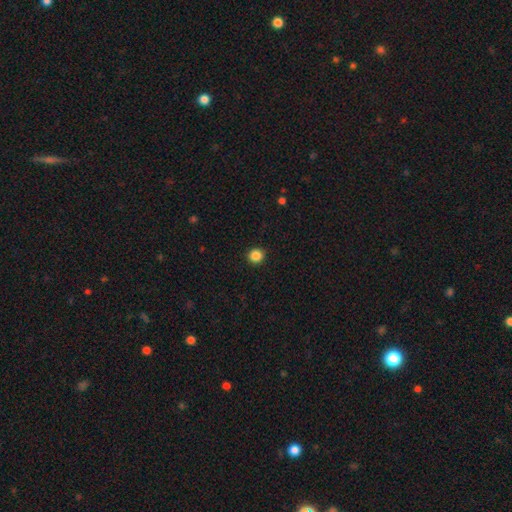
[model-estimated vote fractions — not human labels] Smooth or featured: smooth — 86% (star or artifact — 11%)
How rounded: round — 92% (in between — 7%)
Merging: none — 93% (minor disturbance — 5%)